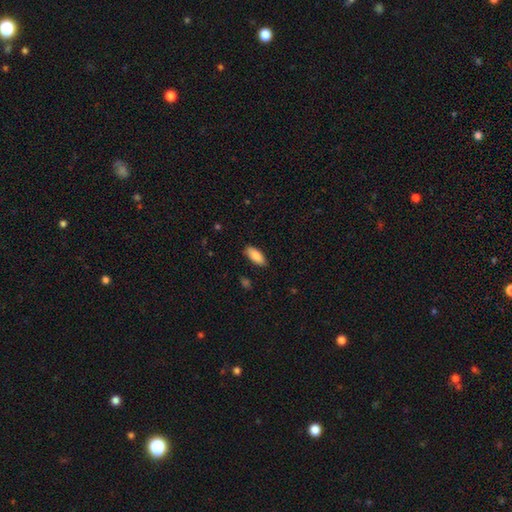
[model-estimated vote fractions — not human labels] Smooth or featured? Predicted: smooth (p=0.87). How rounded? Predicted: in between (p=0.86). Merging? Predicted: none (p=0.85).